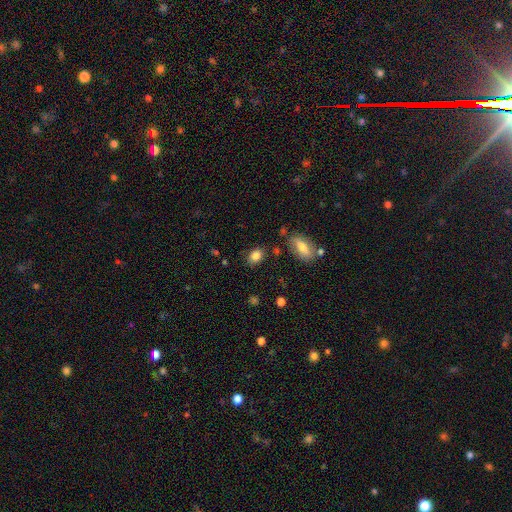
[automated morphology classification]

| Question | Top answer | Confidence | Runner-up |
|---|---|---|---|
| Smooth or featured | smooth | 84% | star or artifact (9%) |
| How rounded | in between | 74% | round (24%) |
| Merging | none | 79% | minor disturbance (14%) |